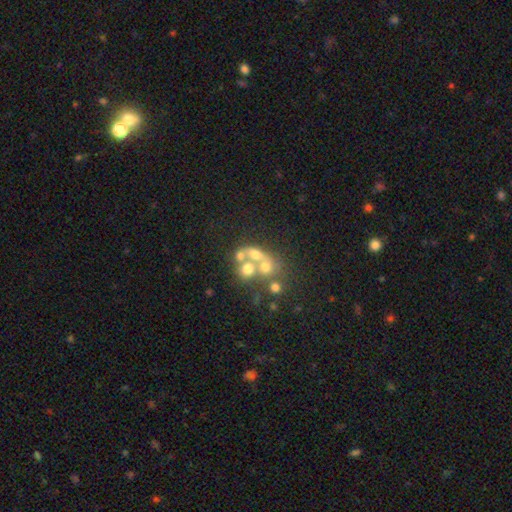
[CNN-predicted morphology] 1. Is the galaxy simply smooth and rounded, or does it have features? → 41% smooth, 39% featured or disk, 20% star or artifact.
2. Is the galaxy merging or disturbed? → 55% merger, 29% none, 8% major disturbance, 8% minor disturbance.